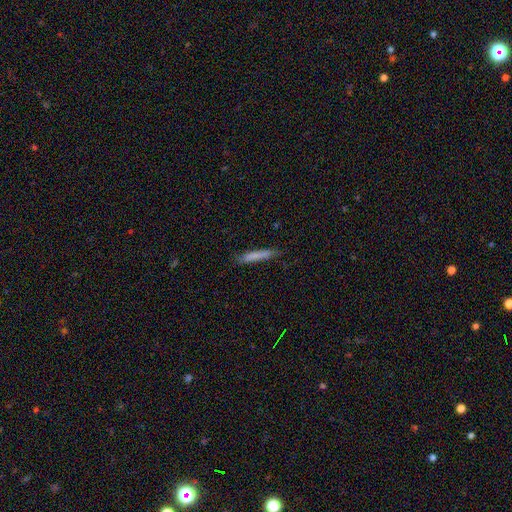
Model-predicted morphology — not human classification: This appears to be a smooth galaxy with no disk features (74%) that is cigar-shaped (94%). Merging: none (80%).